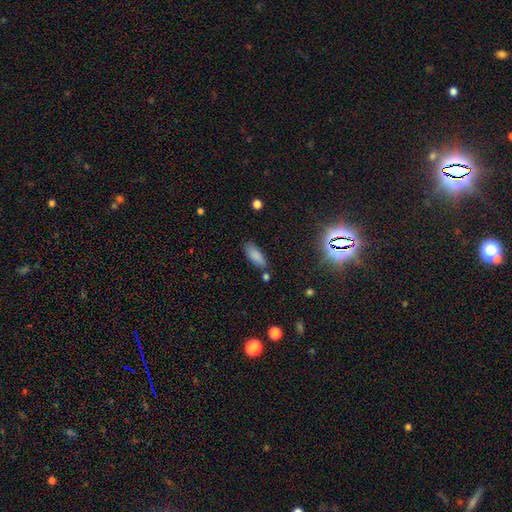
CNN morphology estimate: A smooth galaxy with no disk features (84%) that is in between round and cigar-shaped (77%). Merging: none (75%).